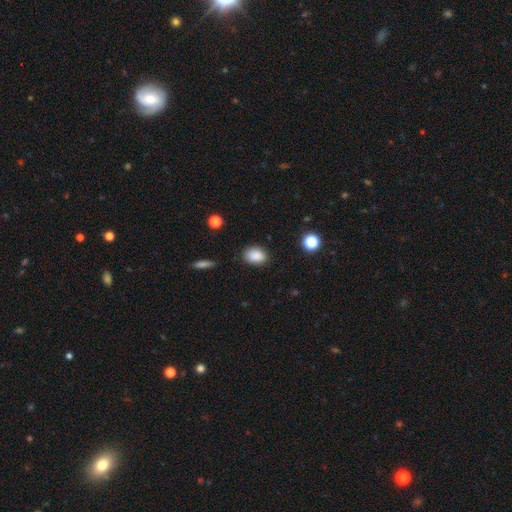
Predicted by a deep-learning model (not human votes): Smooth or featured?
  - smooth: 87% *
  - star or artifact: 9%
  - featured or disk: 4%
How rounded?
  - in between: 78% *
  - round: 21%
  - cigar-shaped: 1%
Merging?
  - none: 83% *
  - minor disturbance: 12%
  - major disturbance: 3%
  - merger: 2%